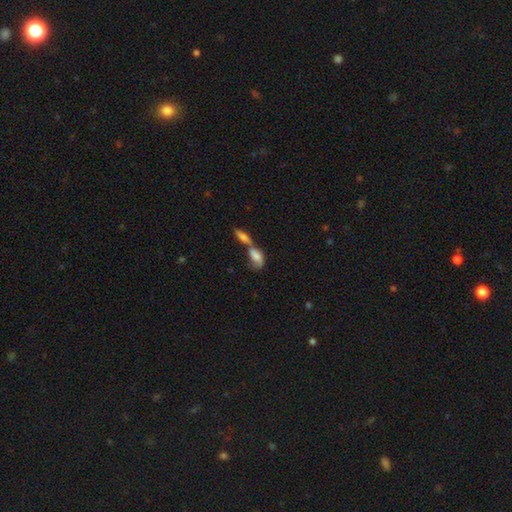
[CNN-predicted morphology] smooth-or-featured: smooth: 68% | featured or disk: 23% | star or artifact: 9%
  how-rounded: in between: 81% | cigar-shaped: 13% | round: 6%
  merging: merger: 69% | none: 17% | minor disturbance: 8% | major disturbance: 6%